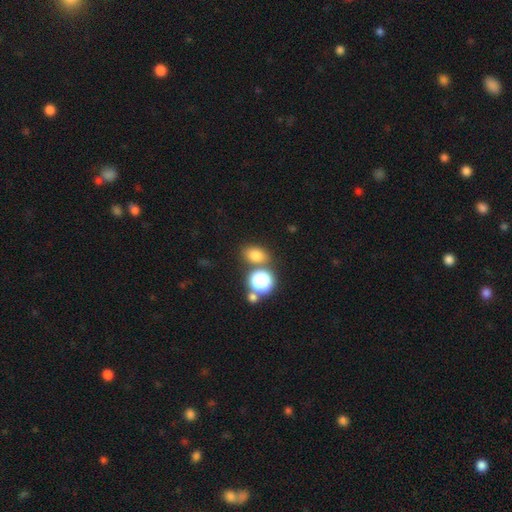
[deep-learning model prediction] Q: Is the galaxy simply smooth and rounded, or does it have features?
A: smooth — 74%.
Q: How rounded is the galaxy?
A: in between — 61%.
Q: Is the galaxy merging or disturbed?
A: none — 72%.